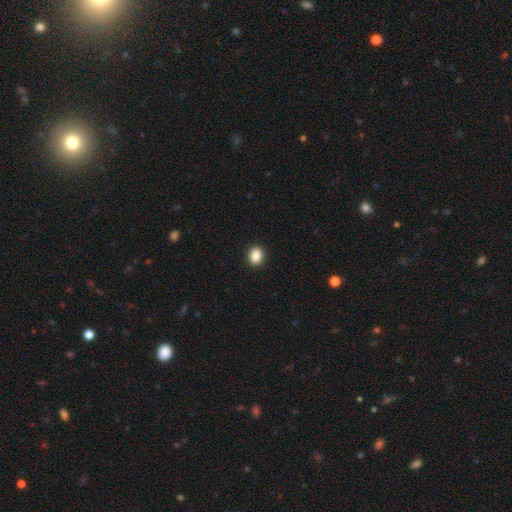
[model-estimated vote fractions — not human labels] Smooth or featured: smooth — 88% (star or artifact — 9%)
How rounded: in between — 57% (round — 42%)
Merging: none — 92% (minor disturbance — 6%)